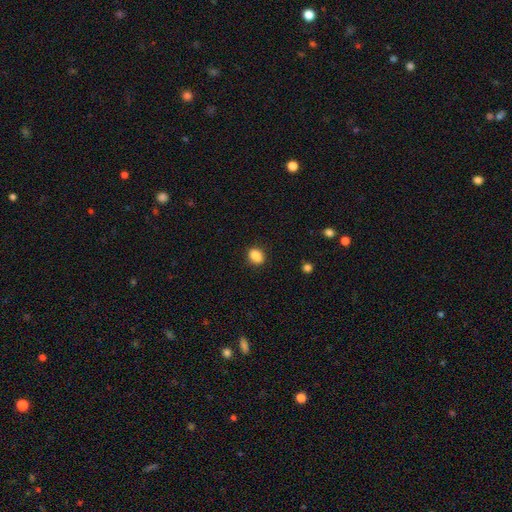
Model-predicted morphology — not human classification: A smooth galaxy with no disk features (88%) that is in between round and cigar-shaped (70%). Merging: none (87%).